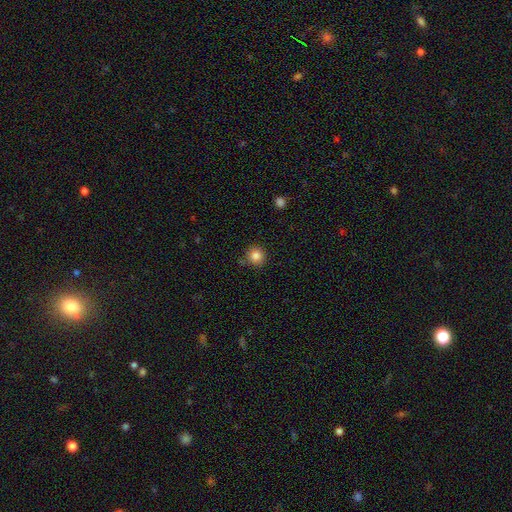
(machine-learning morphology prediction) A smooth galaxy with no disk features (84%) that is round (93%).

Vote fractions:
- Smooth or featured? smooth: 84% / star or artifact: 11% / featured or disk: 5%
- How rounded? round: 93% / in between: 6% / cigar-shaped: 1%
- Merging? none: 85% / minor disturbance: 9% / merger: 4% / major disturbance: 2%